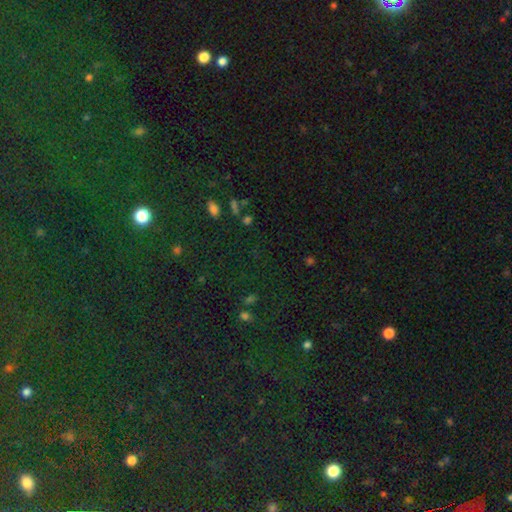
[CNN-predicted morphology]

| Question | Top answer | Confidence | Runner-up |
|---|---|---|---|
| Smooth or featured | star or artifact | 79% | smooth (13%) |